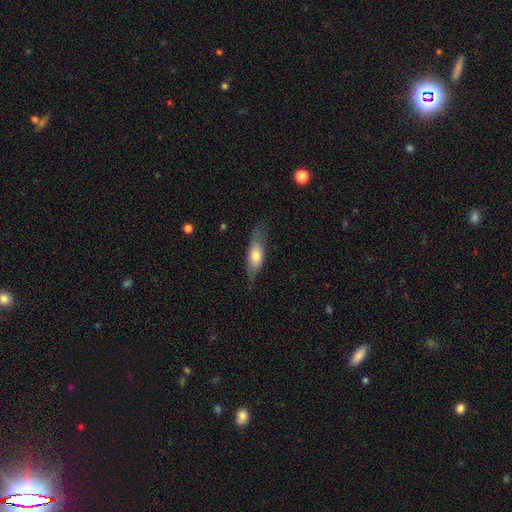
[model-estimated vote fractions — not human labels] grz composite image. It shows a smooth galaxy with no disk features (60%) that is in between round and cigar-shaped (55%). Merging: none (70%).